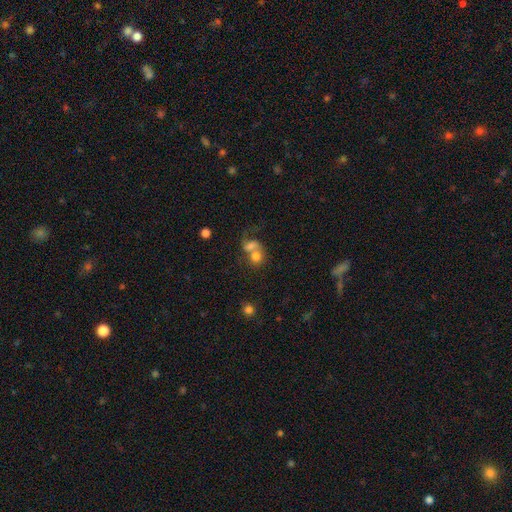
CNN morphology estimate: Q: Smooth or featured?
A: smooth (67%); runner-up: featured or disk (22%)
Q: How rounded?
A: round (62%); runner-up: in between (36%)
Q: Merging?
A: merger (67%); runner-up: none (18%)